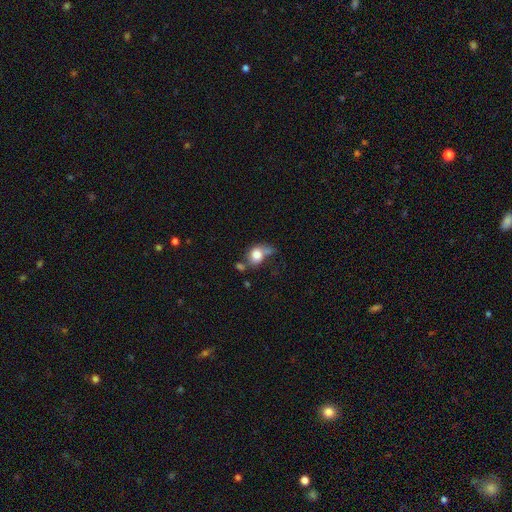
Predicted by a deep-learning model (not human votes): smooth-or-featured: smooth: 74% | featured or disk: 16% | star or artifact: 10%
  how-rounded: round: 55% | in between: 44% | cigar-shaped: 2%
  merging: none: 29% | merger: 25% | minor disturbance: 24% | major disturbance: 22%